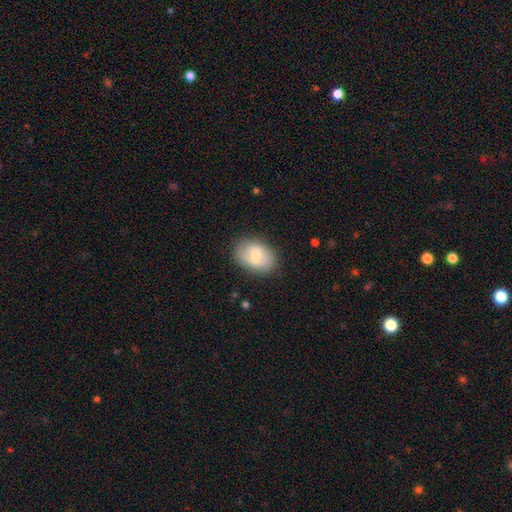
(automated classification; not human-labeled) This is possibly a smooth galaxy (55%). How rounded: likely in between (79%). Merging: likely none (80%).